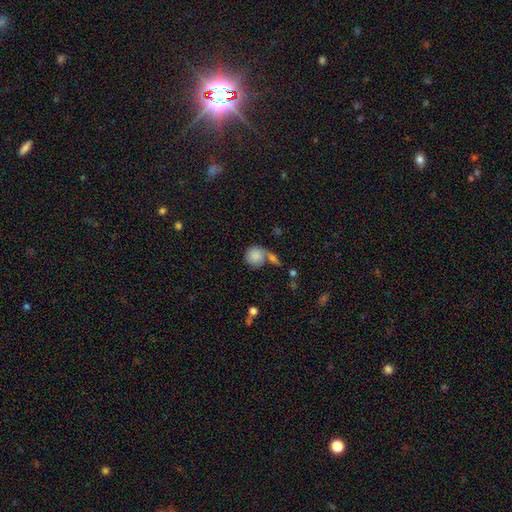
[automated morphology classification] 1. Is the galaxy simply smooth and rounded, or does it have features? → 84% smooth, 9% featured or disk, 8% star or artifact.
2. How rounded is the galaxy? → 87% round, 12% in between, 1% cigar-shaped.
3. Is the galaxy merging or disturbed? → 49% none, 30% merger, 14% minor disturbance, 7% major disturbance.